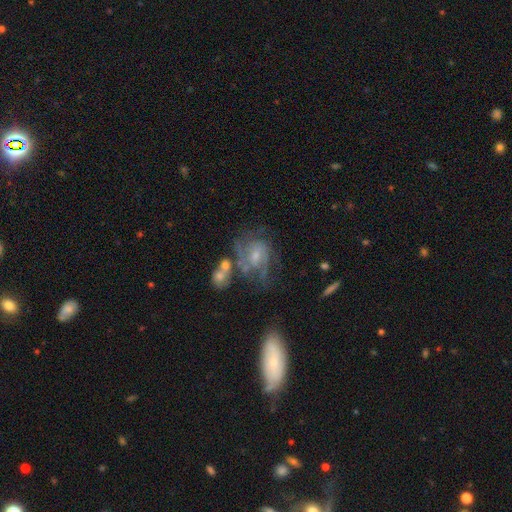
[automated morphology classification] featured or disk 70%, smooth 21%, star or artifact 9%. Down the decision tree: edge-on disk — no (97%); bar — no (48%); spiral arms — yes (76%); spiral arm count — can't tell (40%); spiral winding — medium (43%); bulge size — small (46%); merging — none (40%).